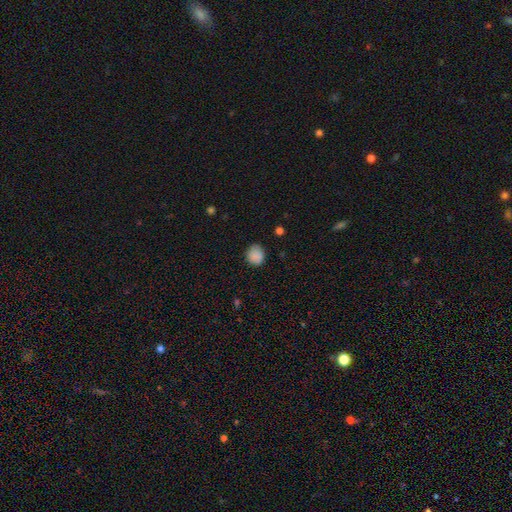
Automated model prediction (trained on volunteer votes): smooth-or-featured: smooth: 86% | star or artifact: 9% | featured or disk: 5%
  how-rounded: round: 68% | in between: 31% | cigar-shaped: 1%
  merging: none: 77% | minor disturbance: 18% | major disturbance: 4% | merger: 1%